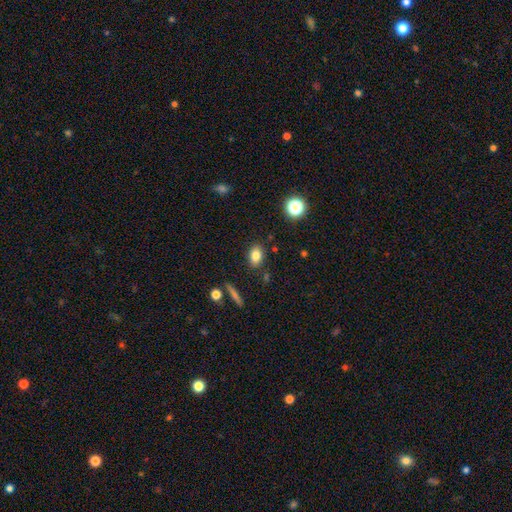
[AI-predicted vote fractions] smooth_or_featured: smooth (p=0.80) [alt: star or artifact p=0.11]
how_rounded: in between (p=0.79) [alt: round p=0.18]
merging: none (p=0.84) [alt: minor disturbance p=0.10]